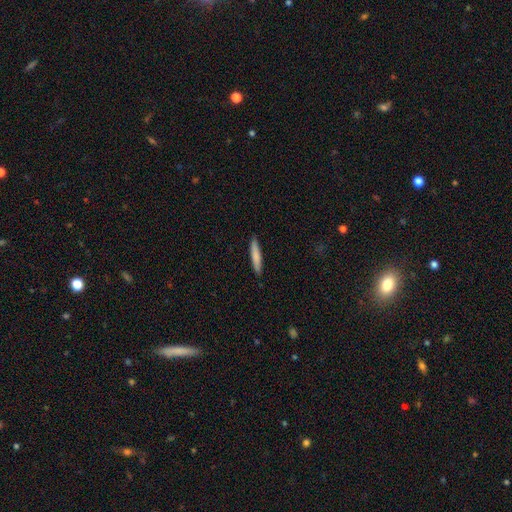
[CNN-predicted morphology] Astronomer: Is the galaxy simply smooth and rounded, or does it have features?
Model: smooth — 80%.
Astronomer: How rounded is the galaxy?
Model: cigar-shaped — 92%.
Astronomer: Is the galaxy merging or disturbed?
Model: none — 91%.